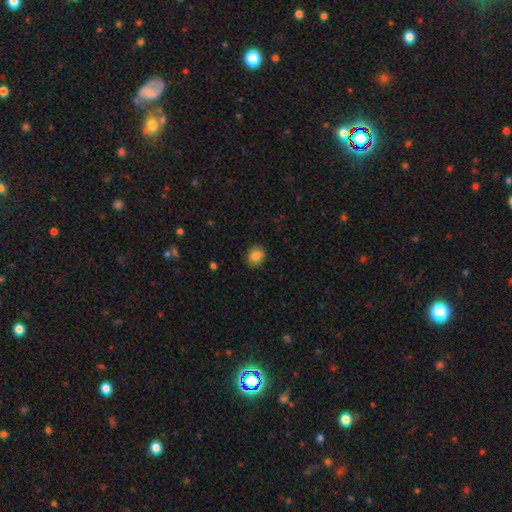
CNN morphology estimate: type=smooth (85%); roundness=round (63%); merging=none (89%).